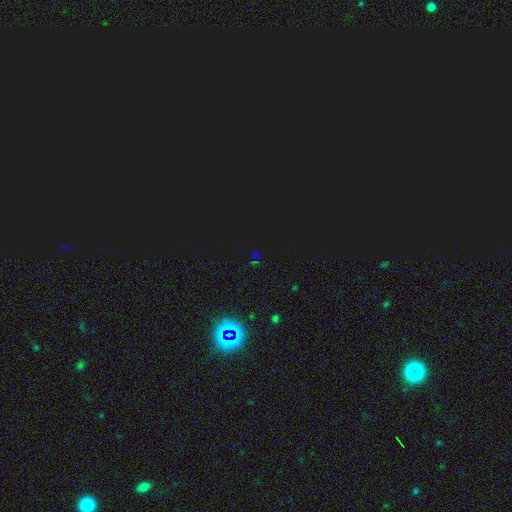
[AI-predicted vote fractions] smooth-or-featured: star or artifact: 77% | smooth: 16% | featured or disk: 7%